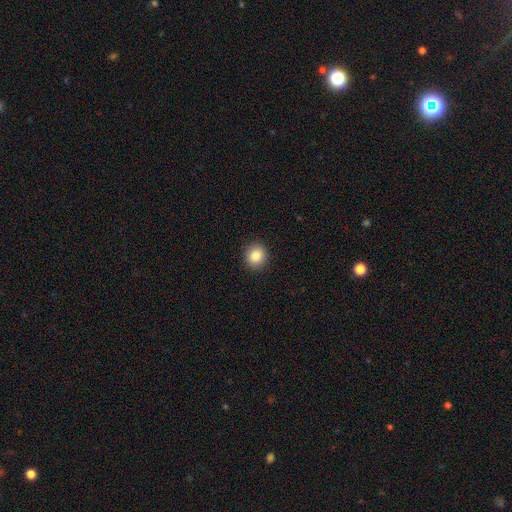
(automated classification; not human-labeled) Smooth or featured?
  - smooth: 86% *
  - star or artifact: 9%
  - featured or disk: 4%
How rounded?
  - round: 84% *
  - in between: 15%
  - cigar-shaped: 1%
Merging?
  - none: 91% *
  - minor disturbance: 6%
  - major disturbance: 2%
  - merger: 1%